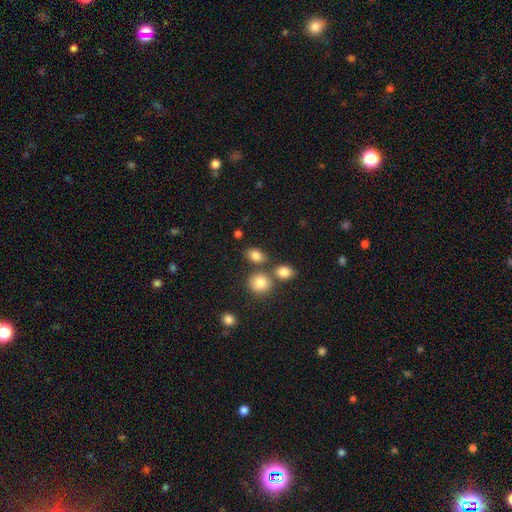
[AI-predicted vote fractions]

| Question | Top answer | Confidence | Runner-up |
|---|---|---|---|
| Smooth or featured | smooth | 82% | star or artifact (10%) |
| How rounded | in between | 69% | round (29%) |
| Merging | none | 65% | merger (19%) |